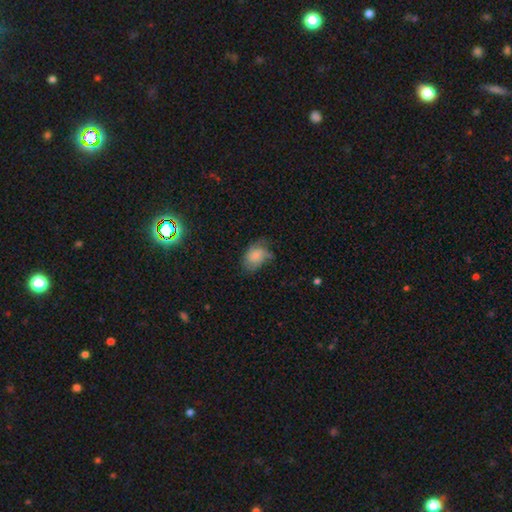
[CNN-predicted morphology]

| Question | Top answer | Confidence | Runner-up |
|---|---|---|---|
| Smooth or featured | smooth | 66% | featured or disk (24%) |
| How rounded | in between | 80% | round (18%) |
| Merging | none | 44% | minor disturbance (35%) |